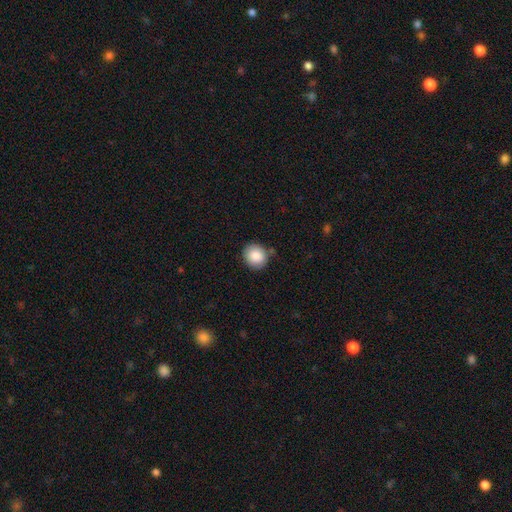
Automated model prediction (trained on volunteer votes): Q: Smooth or featured?
A: smooth (87%); runner-up: star or artifact (8%)
Q: How rounded?
A: round (81%); runner-up: in between (18%)
Q: Merging?
A: none (83%); runner-up: minor disturbance (12%)